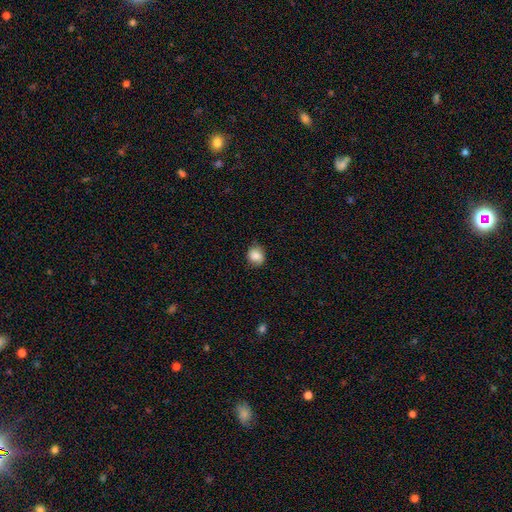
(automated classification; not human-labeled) Smooth or featured? smooth (84%)
How rounded? round (76%)
Merging? none (76%)